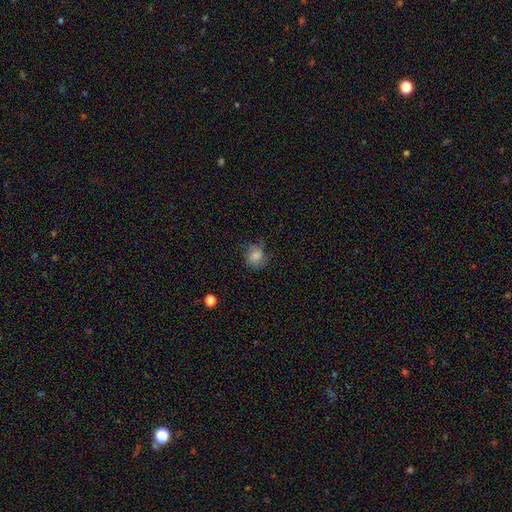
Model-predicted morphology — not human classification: type=smooth (74%); roundness=round (73%); merging=none (65%).